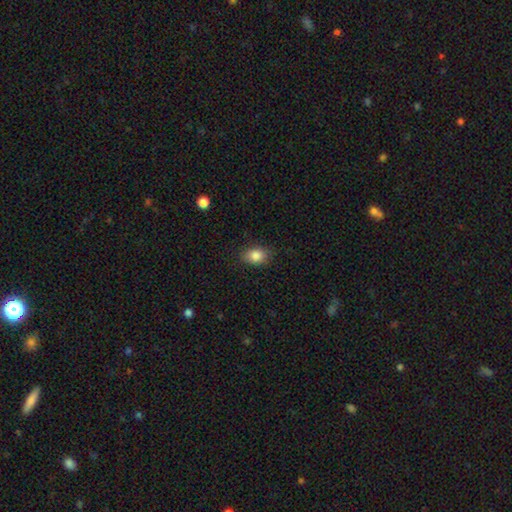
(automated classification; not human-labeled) Smooth or featured? Predicted: smooth (p=0.85). How rounded? Predicted: in between (p=0.76). Merging? Predicted: none (p=0.84).